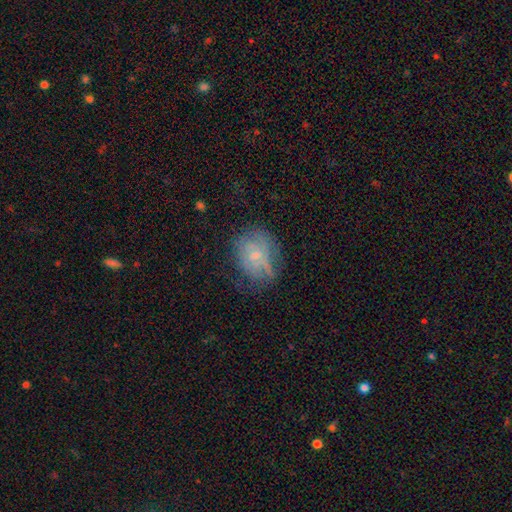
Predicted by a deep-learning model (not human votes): This is marginally a featured or disk galaxy (44%). Merging: possibly none (53%).